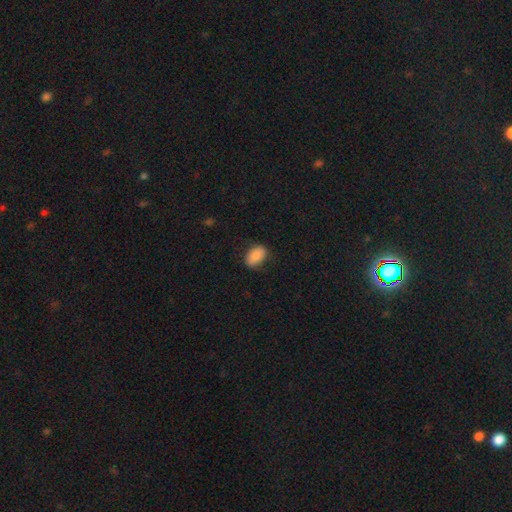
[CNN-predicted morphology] Smooth or featured?
  - smooth: 87% *
  - star or artifact: 7%
  - featured or disk: 6%
How rounded?
  - in between: 88% *
  - round: 11%
  - cigar-shaped: 1%
Merging?
  - none: 82% *
  - minor disturbance: 14%
  - major disturbance: 3%
  - merger: 1%